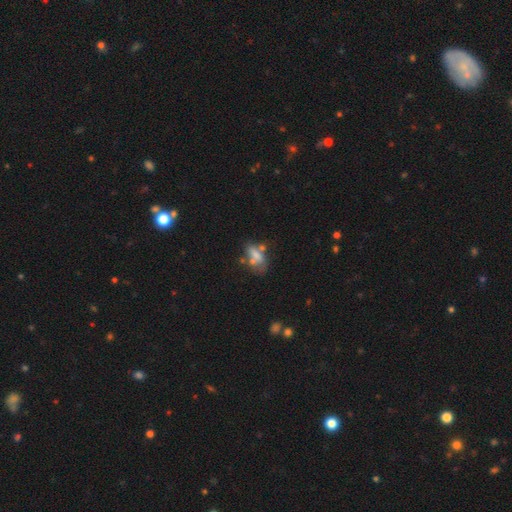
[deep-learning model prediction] Smooth or featured: smooth — 55% (featured or disk — 33%)
How rounded: in between — 82% (cigar-shaped — 11%)
Merging: none — 31% (merger — 27%)